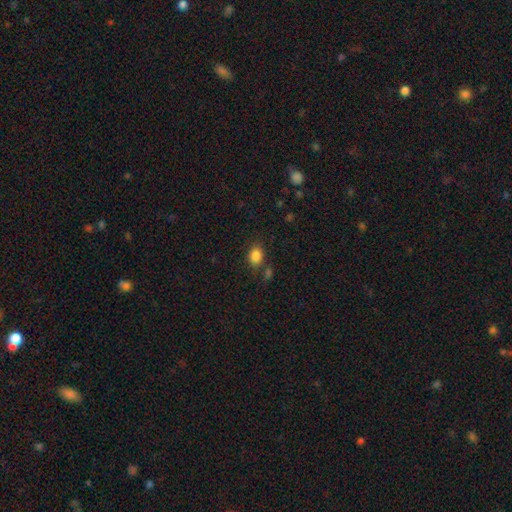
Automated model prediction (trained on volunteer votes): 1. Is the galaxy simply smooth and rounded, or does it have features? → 85% smooth, 10% star or artifact, 5% featured or disk.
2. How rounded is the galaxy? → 70% in between, 28% round, 1% cigar-shaped.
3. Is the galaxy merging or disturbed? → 74% none, 13% minor disturbance, 9% merger, 4% major disturbance.